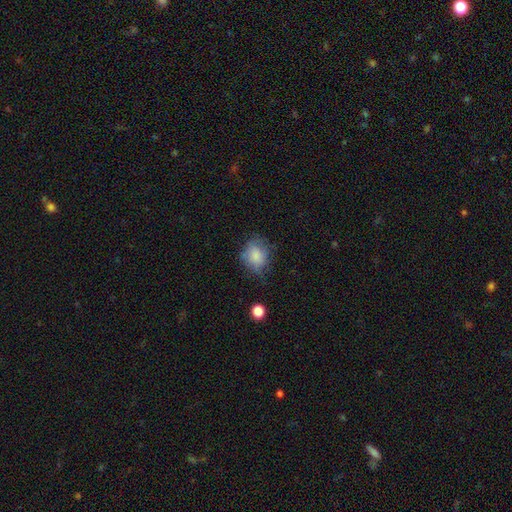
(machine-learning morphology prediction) Smooth or featured?
  - smooth: 80% *
  - featured or disk: 11%
  - star or artifact: 9%
How rounded?
  - round: 59% *
  - in between: 40%
  - cigar-shaped: 1%
Merging?
  - none: 56% *
  - minor disturbance: 30%
  - major disturbance: 12%
  - merger: 2%